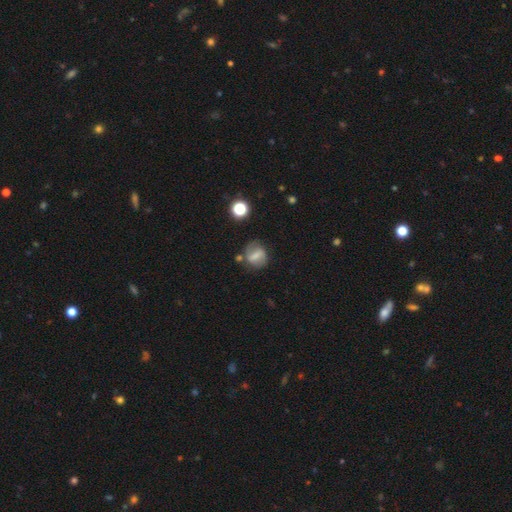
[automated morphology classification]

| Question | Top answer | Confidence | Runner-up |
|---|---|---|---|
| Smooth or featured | smooth | 46% | featured or disk (43%) |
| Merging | none | 63% | minor disturbance (21%) |